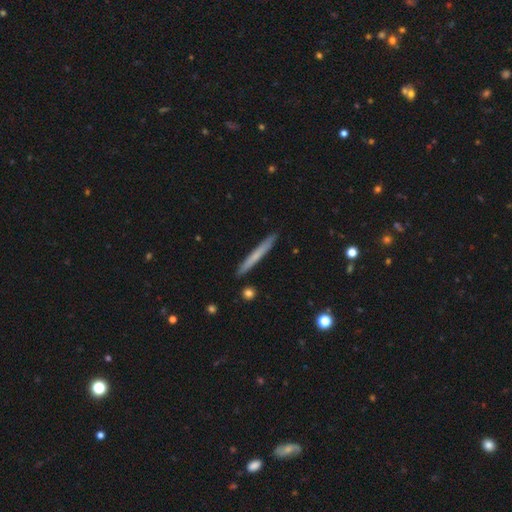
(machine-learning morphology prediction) The model was most divided on "smooth or featured": smooth: 60%, featured or disk: 34%, star or artifact: 6%. More confident: how rounded — cigar-shaped (97%); merging — none (91%).